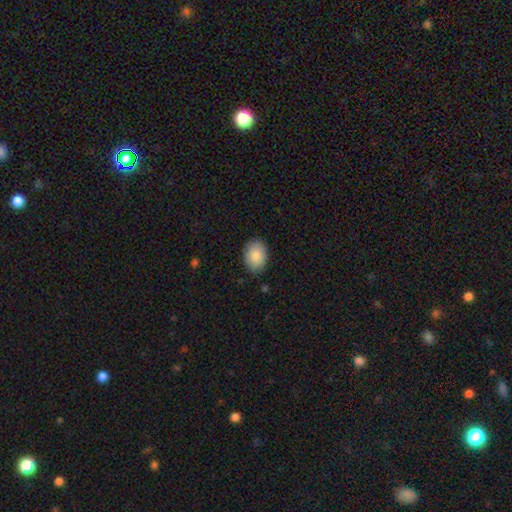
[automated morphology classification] This is clearly a smooth galaxy (88%). How rounded: likely in between (78%). Merging: clearly none (86%).